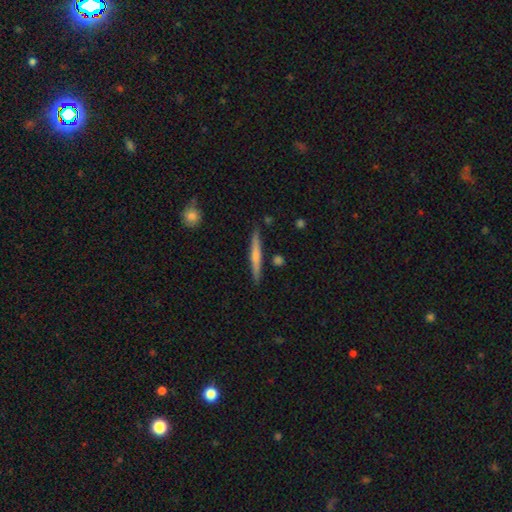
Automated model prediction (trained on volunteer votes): Smooth or featured? Predicted: smooth (p=0.49). Merging? Predicted: none (p=0.88).